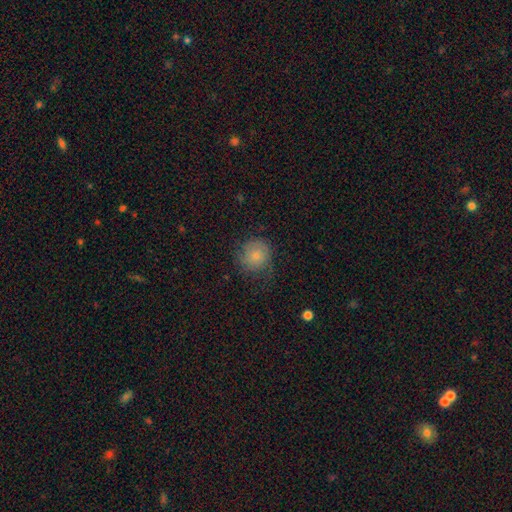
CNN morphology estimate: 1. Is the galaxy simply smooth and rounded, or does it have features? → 75% smooth, 16% featured or disk, 8% star or artifact.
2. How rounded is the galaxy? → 87% round, 12% in between, 1% cigar-shaped.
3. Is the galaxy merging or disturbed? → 65% none, 24% minor disturbance, 11% major disturbance, 1% merger.